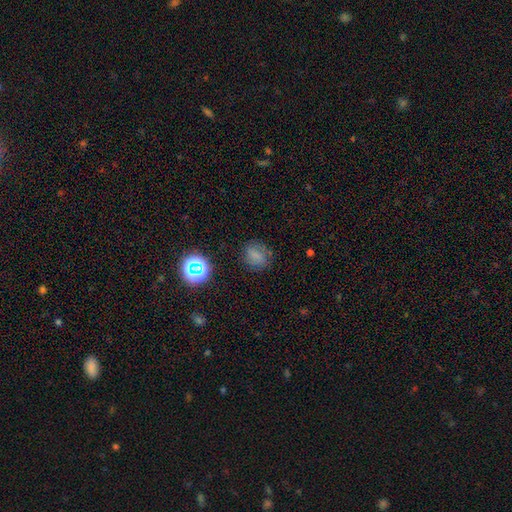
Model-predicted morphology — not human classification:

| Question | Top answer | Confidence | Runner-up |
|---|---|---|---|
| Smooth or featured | smooth | 70% | star or artifact (19%) |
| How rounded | round | 61% | in between (38%) |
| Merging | none | 76% | minor disturbance (17%) |